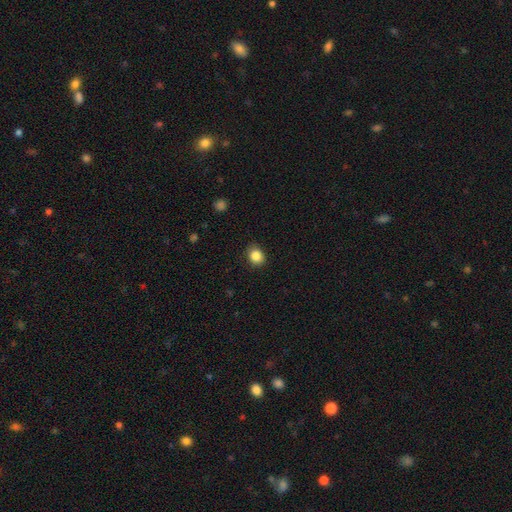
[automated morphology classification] smooth_or_featured: smooth (p=0.86) [alt: star or artifact p=0.10]
how_rounded: round (p=0.64) [alt: in between p=0.35]
merging: none (p=0.87) [alt: minor disturbance p=0.10]